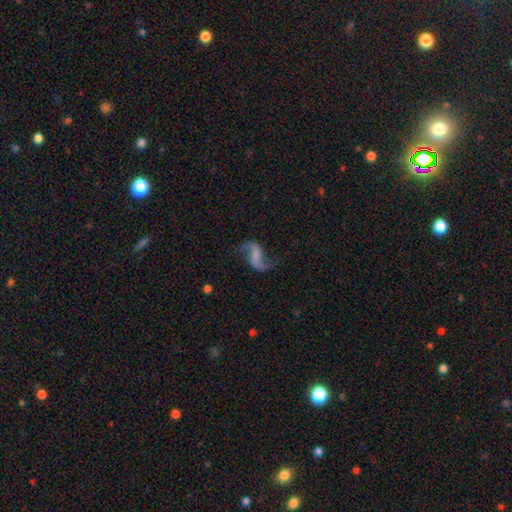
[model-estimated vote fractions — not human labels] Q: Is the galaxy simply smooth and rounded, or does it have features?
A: featured or disk — 87%.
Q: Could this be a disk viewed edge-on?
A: no — 98%.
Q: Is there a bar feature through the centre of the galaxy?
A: weak — 39%.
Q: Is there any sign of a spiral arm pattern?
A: yes — 96%.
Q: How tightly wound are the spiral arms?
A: loose — 86%.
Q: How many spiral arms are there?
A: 2 — 93%.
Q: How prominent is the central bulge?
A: none — 64%.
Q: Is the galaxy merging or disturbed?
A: none — 77%.